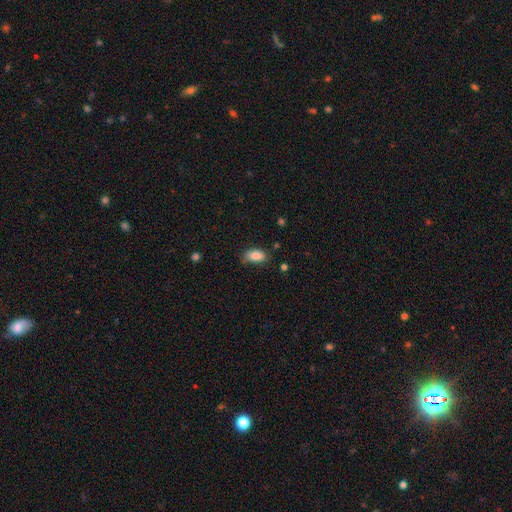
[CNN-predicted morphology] smooth 86%, star or artifact 8%, featured or disk 6%. Down the decision tree: how rounded — in between (91%); merging — none (72%).